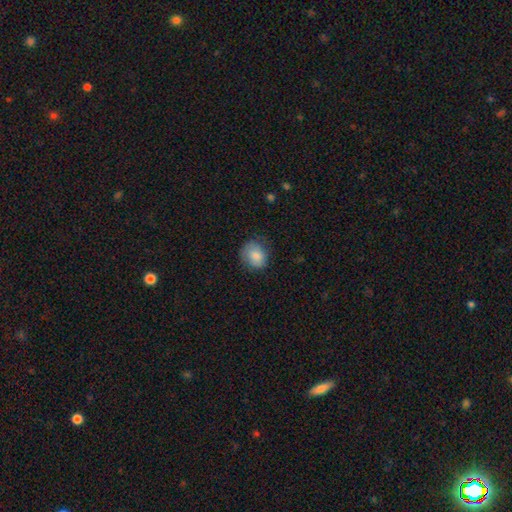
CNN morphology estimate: This is clearly a smooth galaxy (80%). How rounded: likely round (67%). Merging: likely none (71%).